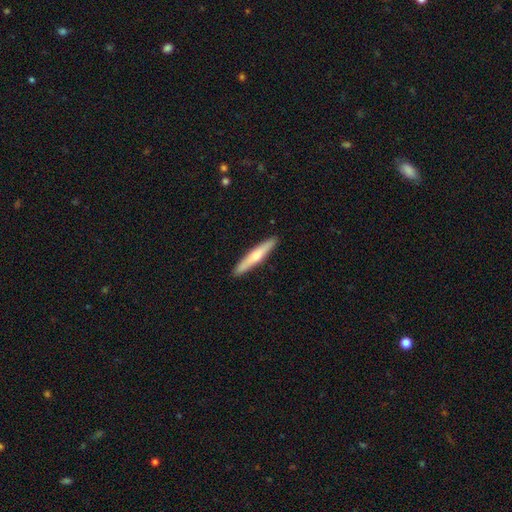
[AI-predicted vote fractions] smooth 55%, featured or disk 40%, star or artifact 5%. Down the decision tree: how rounded — cigar-shaped (93%); merging — none (91%).